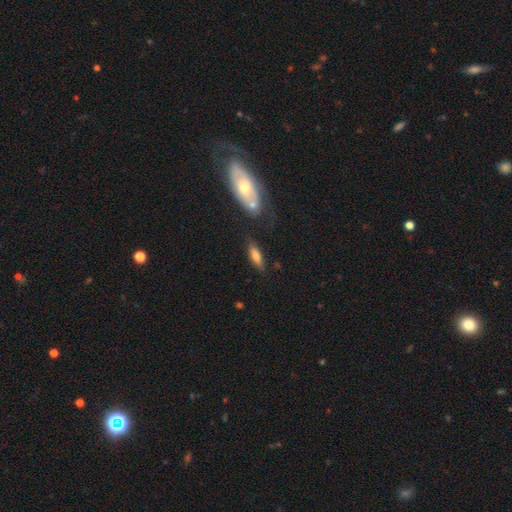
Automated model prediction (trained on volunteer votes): smooth-or-featured: smooth: 65% | featured or disk: 27% | star or artifact: 8%
  how-rounded: in between: 50% | cigar-shaped: 47% | round: 3%
  merging: none: 72% | minor disturbance: 16% | merger: 7% | major disturbance: 5%